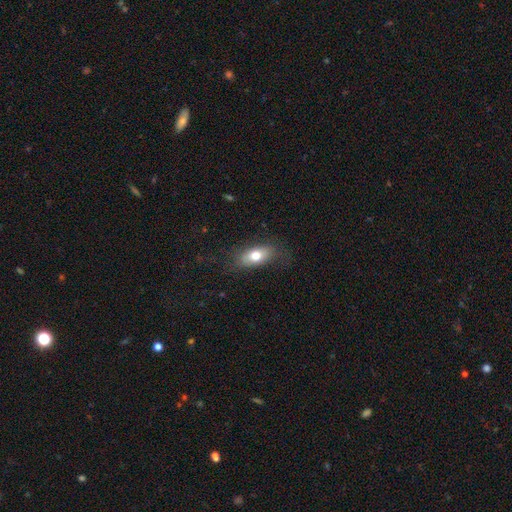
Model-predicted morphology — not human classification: smooth-or-featured: smooth: 71% | featured or disk: 21% | star or artifact: 8%
  how-rounded: in between: 83% | cigar-shaped: 10% | round: 7%
  merging: none: 74% | minor disturbance: 17% | major disturbance: 8% | merger: 1%